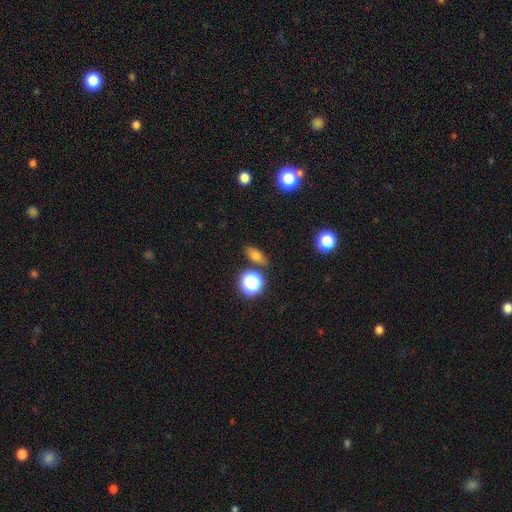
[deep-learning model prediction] Smooth or featured? smooth (68%)
How rounded? in between (64%)
Merging? none (82%)